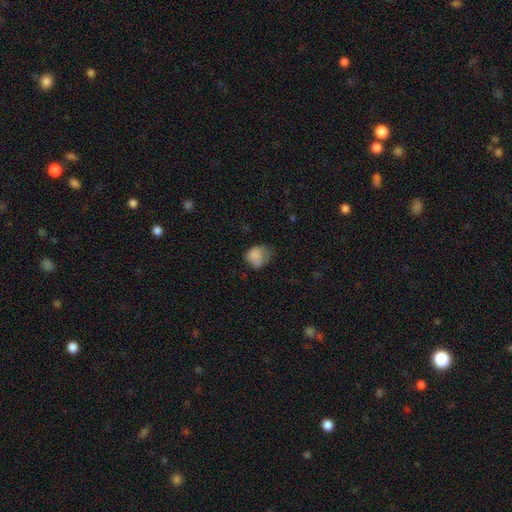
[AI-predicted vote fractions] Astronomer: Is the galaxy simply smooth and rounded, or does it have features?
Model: smooth — 77%.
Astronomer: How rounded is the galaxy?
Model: round — 54% (runner-up: in between, 45%).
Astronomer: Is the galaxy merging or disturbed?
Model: minor disturbance — 37% (runner-up: none, 36%).